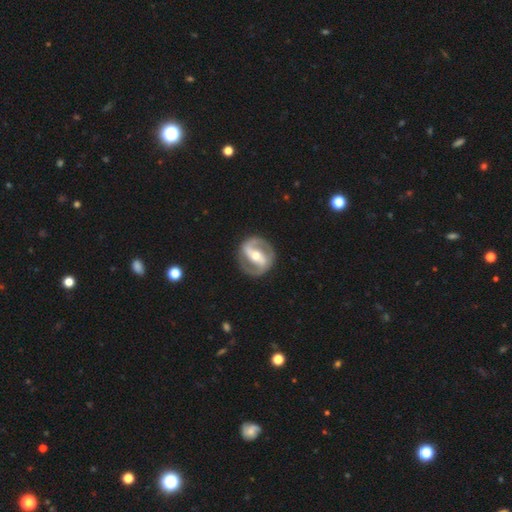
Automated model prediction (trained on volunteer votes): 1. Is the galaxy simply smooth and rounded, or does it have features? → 84% featured or disk, 12% smooth, 4% star or artifact.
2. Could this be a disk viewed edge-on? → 96% no, 4% yes.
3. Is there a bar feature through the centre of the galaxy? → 60% strong, 26% weak, 15% no.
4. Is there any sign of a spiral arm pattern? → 85% yes, 15% no.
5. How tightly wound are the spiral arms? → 47% medium, 35% tight, 18% loose.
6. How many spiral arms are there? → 90% 2, 5% can't tell, 2% 1, 1% 3, 1% 4, 1% more than 4.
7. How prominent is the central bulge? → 68% moderate, 25% small, 5% large, 1% none, 1% dominant.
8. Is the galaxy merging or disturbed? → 86% none, 9% minor disturbance, 4% major disturbance, 1% merger.